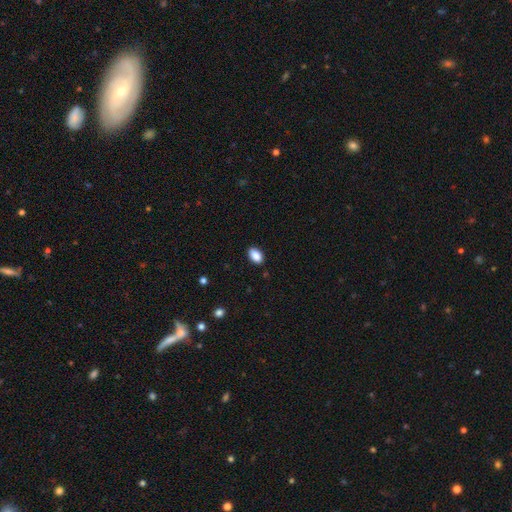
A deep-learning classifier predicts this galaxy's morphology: This is clearly a smooth galaxy (89%). How rounded: clearly in between (92%). Merging: clearly none (89%).